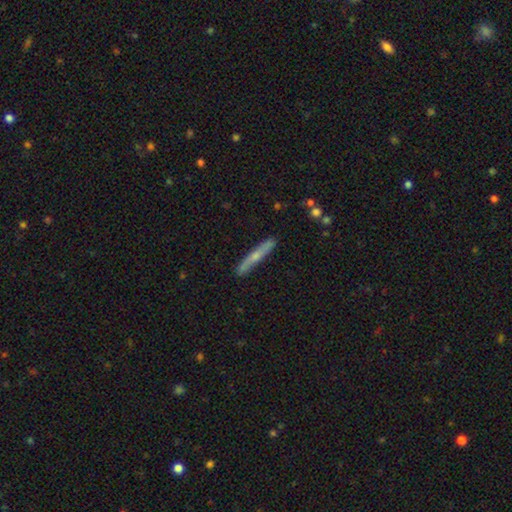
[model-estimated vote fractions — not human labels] smooth-or-featured: featured or disk: 48% | smooth: 46% | star or artifact: 6%
  merging: none: 87% | minor disturbance: 10% | major disturbance: 2% | merger: 2%